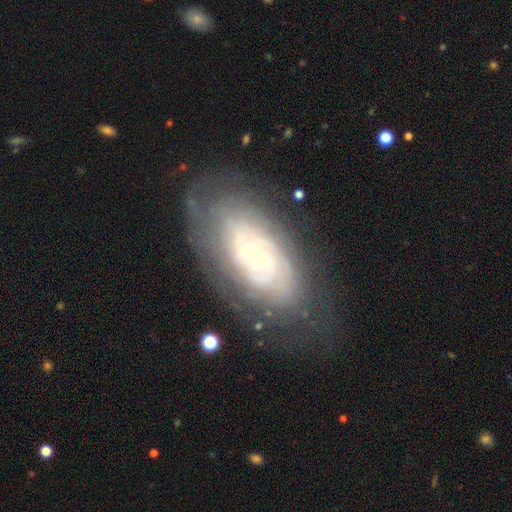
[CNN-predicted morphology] Overall: featured or disk (77%). Edge-on disk: no (93%). Bar: no (82%). Spiral arms: yes (85%). Spiral arm count: can't tell (58%). Spiral winding: tight (79%). Bulge size: small (84%). Merging: none (70%).